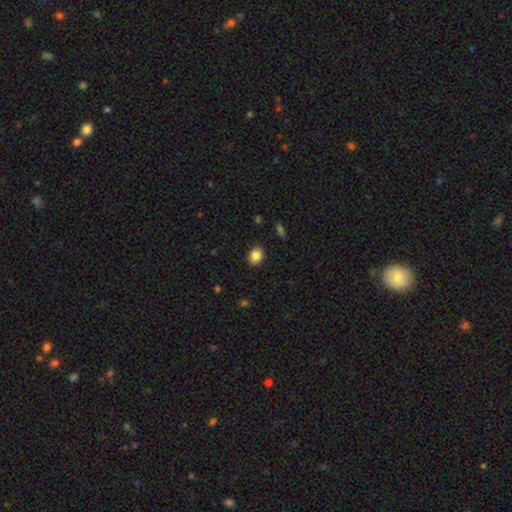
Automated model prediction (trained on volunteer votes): Smooth or featured? Predicted: smooth (p=0.85). How rounded? Predicted: in between (p=0.60). Merging? Predicted: none (p=0.89).